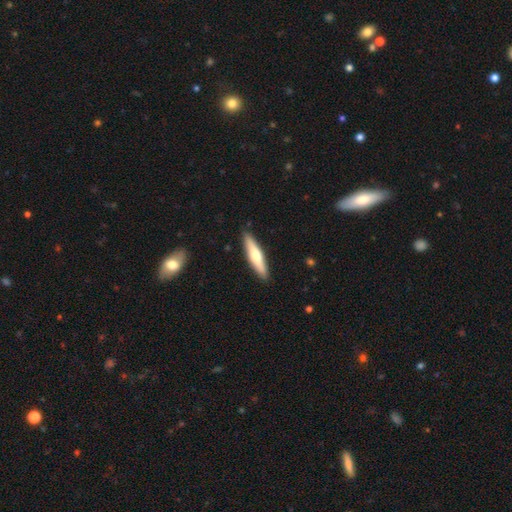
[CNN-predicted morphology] type=smooth (51%); roundness=cigar-shaped (83%); merging=none (89%).